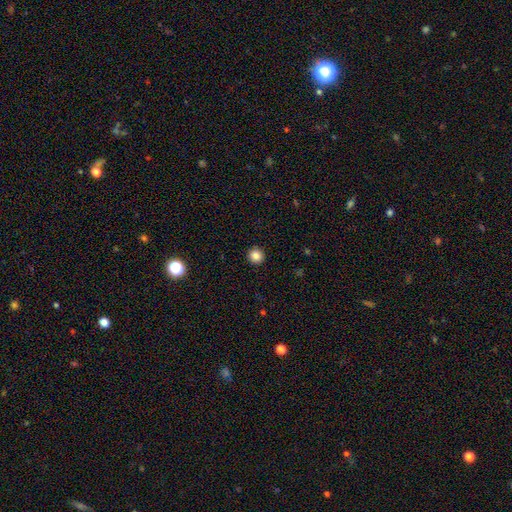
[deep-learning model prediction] smooth-or-featured: smooth: 84% | star or artifact: 11% | featured or disk: 5%
  how-rounded: round: 93% | in between: 6% | cigar-shaped: 1%
  merging: none: 93% | minor disturbance: 5% | major disturbance: 2% | merger: 1%